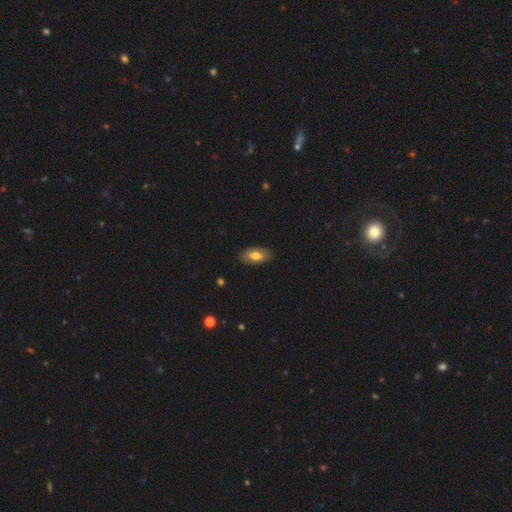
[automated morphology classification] The model was most divided on "smooth or featured": smooth: 69%, featured or disk: 25%, star or artifact: 7%. More confident: how rounded — in between (93%); merging — none (86%).